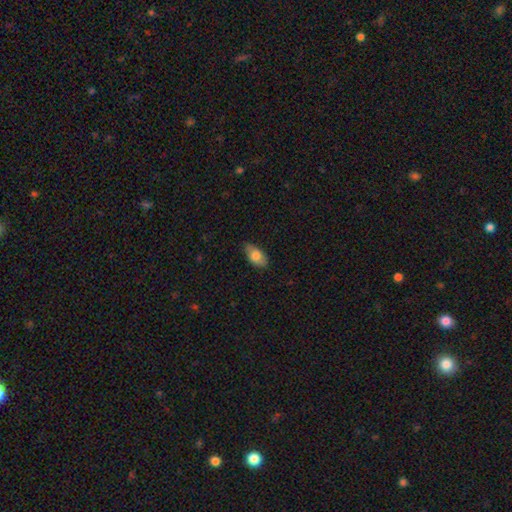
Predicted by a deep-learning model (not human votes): This is likely a smooth galaxy (78%). How rounded: clearly in between (92%). Merging: likely none (79%).